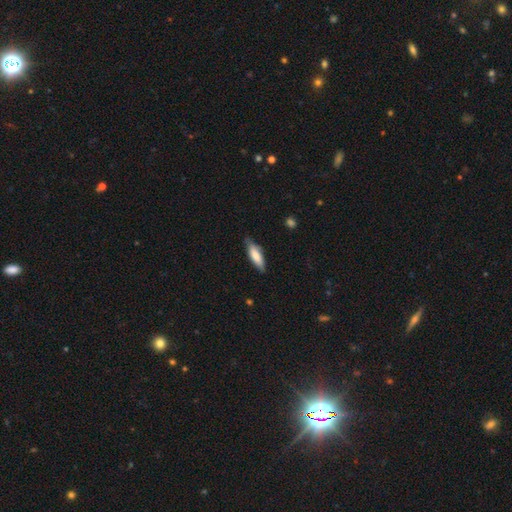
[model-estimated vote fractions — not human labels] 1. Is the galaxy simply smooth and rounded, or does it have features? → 73% smooth, 21% featured or disk, 6% star or artifact.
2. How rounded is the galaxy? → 52% cigar-shaped, 47% in between, 2% round.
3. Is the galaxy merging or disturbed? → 77% none, 19% minor disturbance, 3% major disturbance, 1% merger.